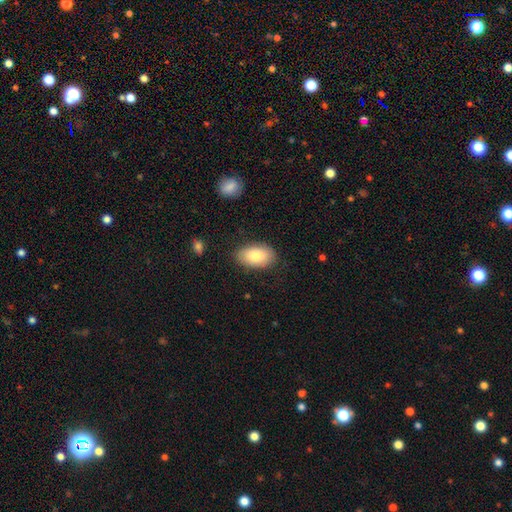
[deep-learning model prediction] Morphology: type=smooth (82%); roundness=in between (93%); merging=none (83%).